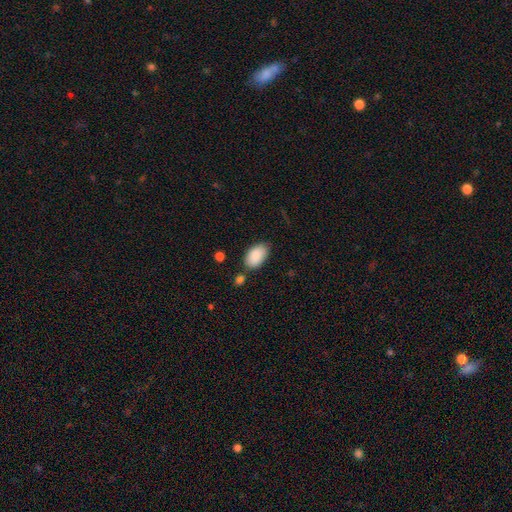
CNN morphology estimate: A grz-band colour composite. It shows a smooth galaxy with no disk features (89%) that is in between round and cigar-shaped (94%). Merging: none (76%).